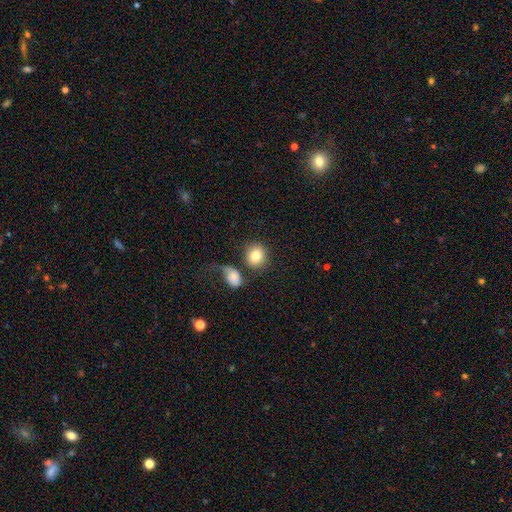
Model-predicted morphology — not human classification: smooth-or-featured: smooth: 81% | featured or disk: 11% | star or artifact: 8%
  how-rounded: round: 83% | in between: 16% | cigar-shaped: 1%
  merging: none: 59% | merger: 21% | major disturbance: 10% | minor disturbance: 10%